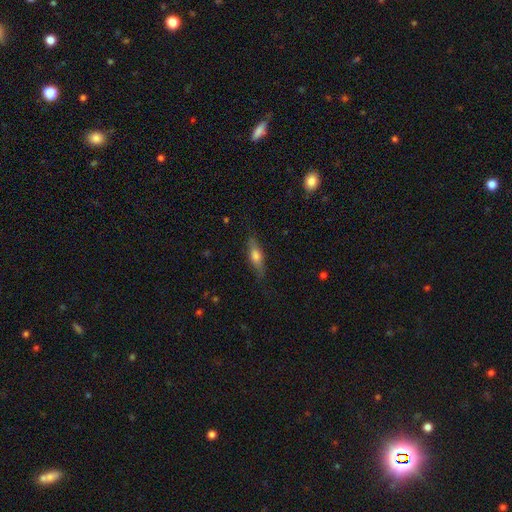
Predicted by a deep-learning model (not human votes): The model was most divided on "how rounded": cigar-shaped: 50%, in between: 46%, round: 3%. More confident: merging — none (78%); smooth or featured — smooth (57%).